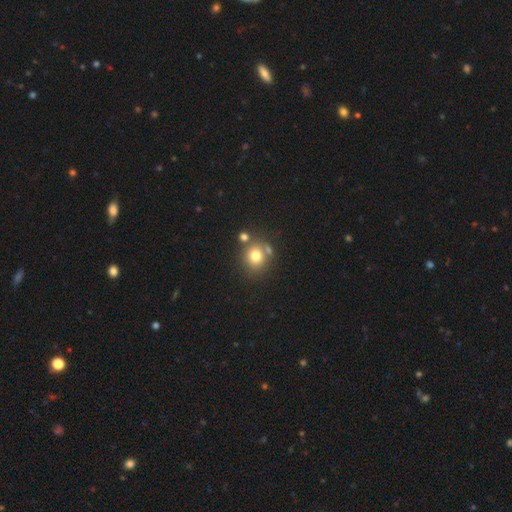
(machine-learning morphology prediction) smooth-or-featured: smooth: 75% | star or artifact: 13% | featured or disk: 12%
  how-rounded: round: 81% | in between: 18% | cigar-shaped: 1%
  merging: none: 63% | merger: 20% | minor disturbance: 12% | major disturbance: 5%